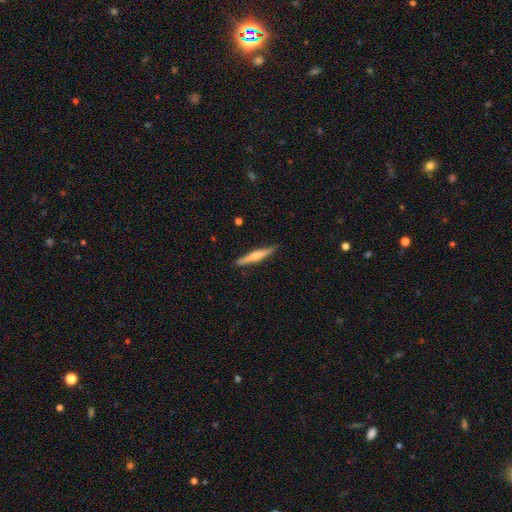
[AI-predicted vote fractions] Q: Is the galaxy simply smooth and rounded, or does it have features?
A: featured or disk — 61%.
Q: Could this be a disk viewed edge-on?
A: yes — 97%.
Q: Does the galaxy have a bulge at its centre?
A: rounded — 83%.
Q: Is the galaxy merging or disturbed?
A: none — 89%.